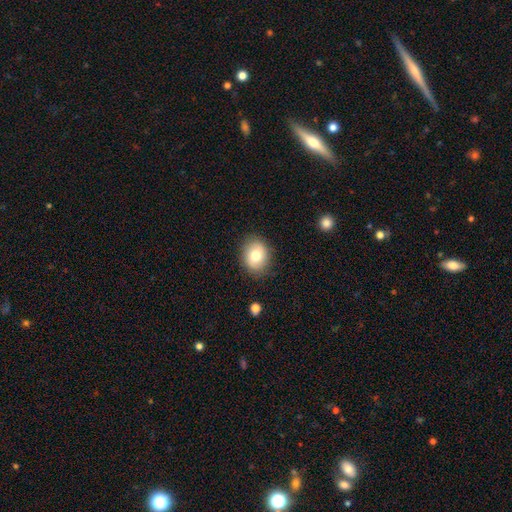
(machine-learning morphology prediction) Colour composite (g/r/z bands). It shows a smooth galaxy with no disk features (76%) that is round (55%). Merging: none (85%).